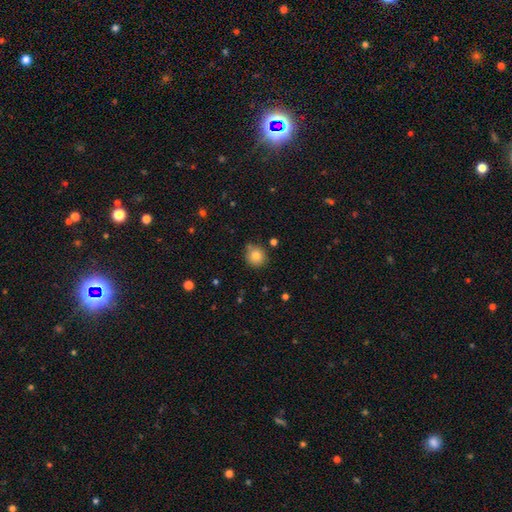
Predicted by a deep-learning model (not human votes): smooth-or-featured: smooth: 82% | star or artifact: 10% | featured or disk: 8%
  how-rounded: round: 88% | in between: 11% | cigar-shaped: 1%
  merging: none: 80% | minor disturbance: 13% | merger: 4% | major disturbance: 3%